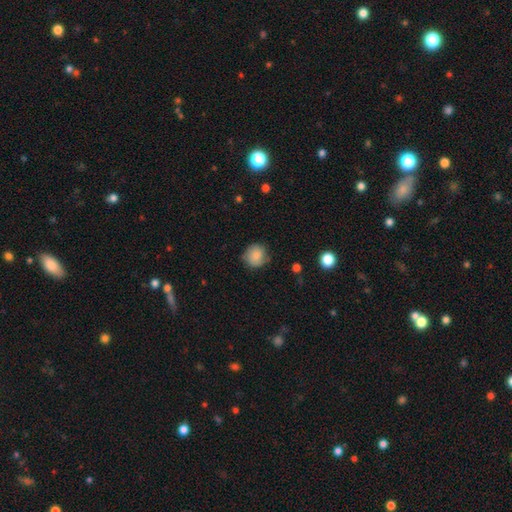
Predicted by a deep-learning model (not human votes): This is clearly a smooth galaxy (81%). How rounded: clearly round (83%). Merging: likely none (74%).